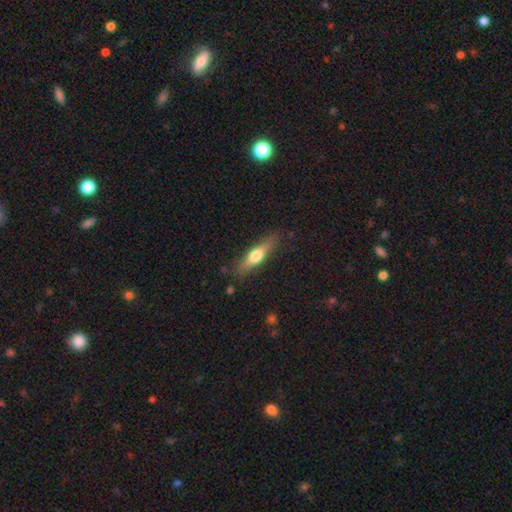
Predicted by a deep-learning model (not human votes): This appears to be a smooth galaxy with no disk features (55%) that is cigar-shaped (71%). Merging: none (82%).